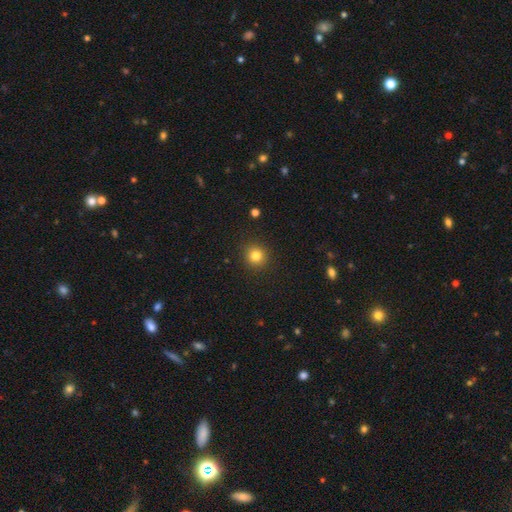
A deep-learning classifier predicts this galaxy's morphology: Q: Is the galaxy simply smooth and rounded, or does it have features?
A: smooth — 82%.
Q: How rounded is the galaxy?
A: round — 93%.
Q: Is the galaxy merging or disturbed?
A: none — 91%.